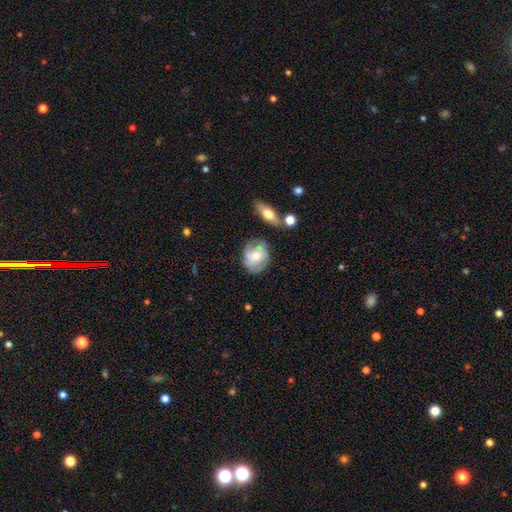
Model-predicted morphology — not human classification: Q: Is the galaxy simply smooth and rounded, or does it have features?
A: featured or disk — 58%.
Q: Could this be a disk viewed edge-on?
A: no — 95%.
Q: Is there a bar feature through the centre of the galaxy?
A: no — 65%.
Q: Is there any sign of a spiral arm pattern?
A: yes — 78%.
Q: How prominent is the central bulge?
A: moderate — 60%.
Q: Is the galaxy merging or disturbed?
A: none — 69%.